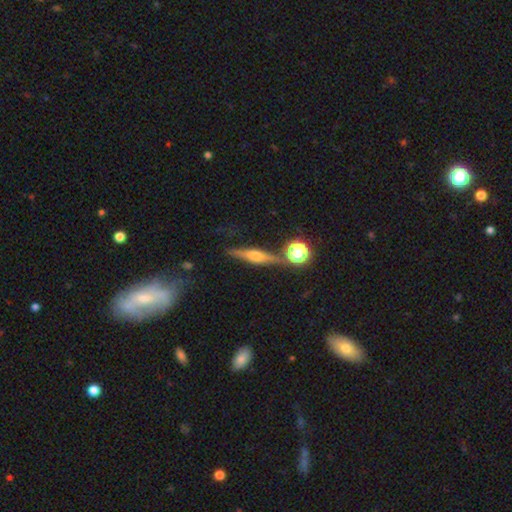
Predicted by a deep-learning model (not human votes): The model was most divided on "smooth or featured": featured or disk: 69%, smooth: 22%, star or artifact: 9%. More confident: edge-on disk — yes (96%); edge-on bulge — rounded (88%); merging — none (82%).